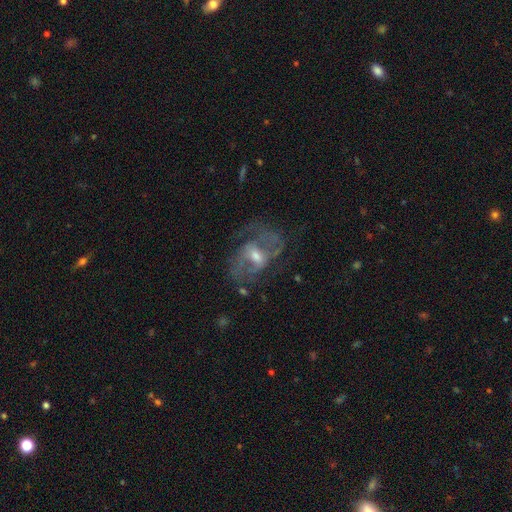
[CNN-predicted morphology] Smooth or featured? Predicted: featured or disk (p=0.75). Edge-on disk? Predicted: no (p=0.96). Bar? Predicted: weak (p=0.50). Spiral arms? Predicted: yes (p=0.83). Spiral winding? Predicted: medium (p=0.48). Spiral arm count? Predicted: 2 (p=0.56). Bulge size? Predicted: moderate (p=0.55). Merging? Predicted: none (p=0.61).